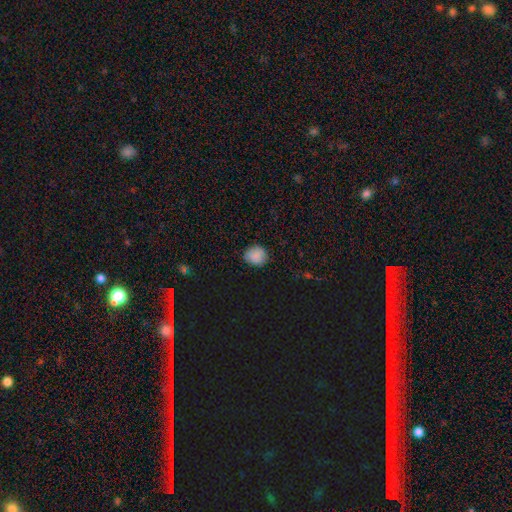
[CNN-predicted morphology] Smooth or featured?
  - smooth: 86% *
  - star or artifact: 10%
  - featured or disk: 4%
How rounded?
  - round: 76% *
  - in between: 23%
  - cigar-shaped: 1%
Merging?
  - none: 84% *
  - minor disturbance: 12%
  - major disturbance: 2%
  - merger: 1%